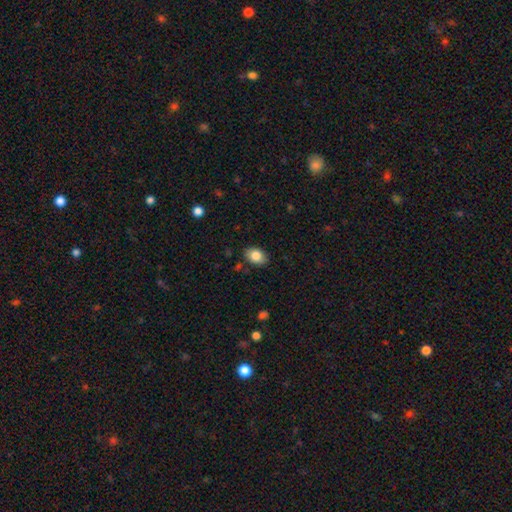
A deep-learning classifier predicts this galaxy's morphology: type=smooth (84%); roundness=in between (80%); merging=none (85%).